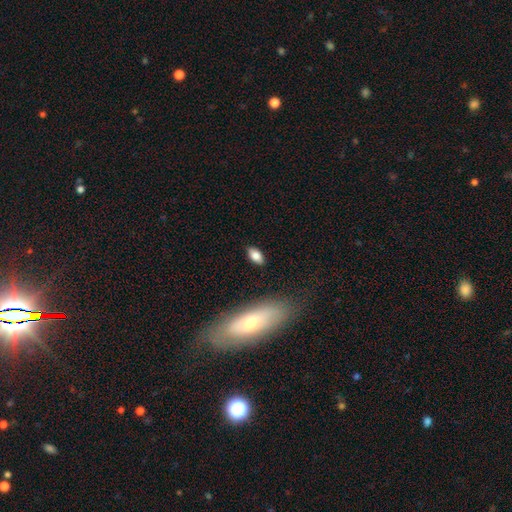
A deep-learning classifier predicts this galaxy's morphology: Smooth or featured? smooth (81%)
How rounded? in between (89%)
Merging? none (86%)